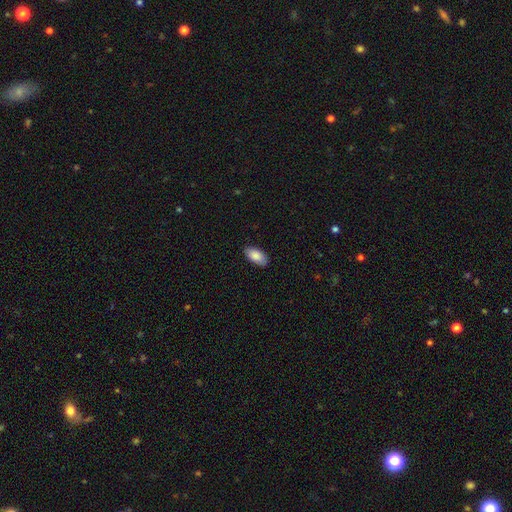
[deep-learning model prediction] Smooth or featured? smooth (86%)
How rounded? in between (94%)
Merging? none (85%)